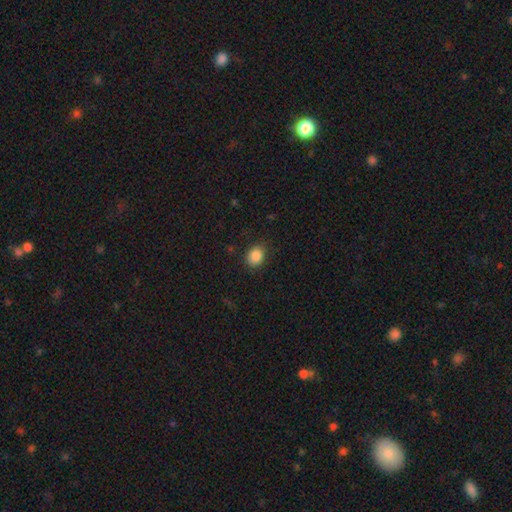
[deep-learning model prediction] smooth-or-featured: smooth: 87% | star or artifact: 9% | featured or disk: 4%
  how-rounded: round: 51% | in between: 48% | cigar-shaped: 1%
  merging: none: 84% | minor disturbance: 12% | major disturbance: 3% | merger: 1%